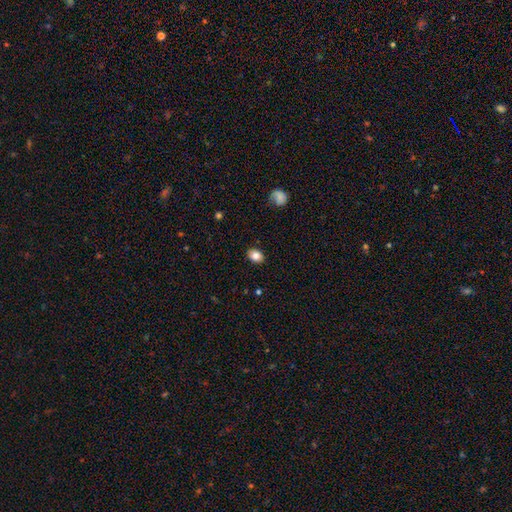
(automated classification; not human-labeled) Morphology: type=smooth (83%); roundness=in between (70%); merging=none (89%).